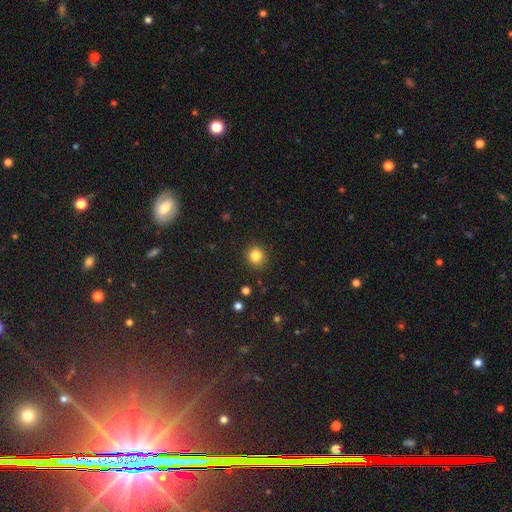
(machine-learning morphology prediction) Smooth or featured?
  - smooth: 84% *
  - star or artifact: 11%
  - featured or disk: 5%
How rounded?
  - round: 89% *
  - in between: 10%
  - cigar-shaped: 1%
Merging?
  - none: 91% *
  - minor disturbance: 6%
  - major disturbance: 2%
  - merger: 1%